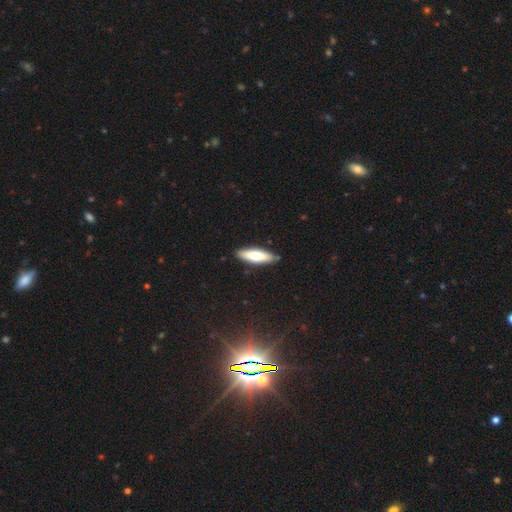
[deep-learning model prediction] smooth 71%, featured or disk 24%, star or artifact 5%. Down the decision tree: how rounded — cigar-shaped (57%); merging — none (88%).